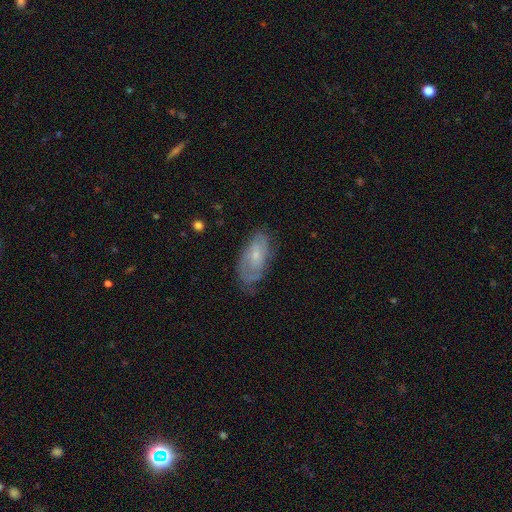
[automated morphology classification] Q: Smooth or featured?
A: featured or disk (61%); runner-up: smooth (32%)
Q: Edge-on disk?
A: no (93%); runner-up: yes (7%)
Q: Bar?
A: no (68%); runner-up: weak (28%)
Q: Spiral arms?
A: yes (81%); runner-up: no (19%)
Q: Bulge size?
A: small (67%); runner-up: moderate (27%)
Q: Merging?
A: none (60%); runner-up: minor disturbance (27%)